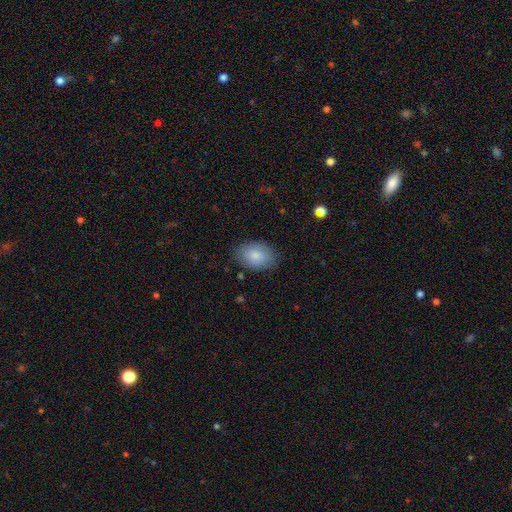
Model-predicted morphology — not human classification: The model was most divided on "merging": none: 82%, minor disturbance: 13%, major disturbance: 3%, merger: 1%. More confident: how rounded — in between (84%); smooth or featured — smooth (83%).